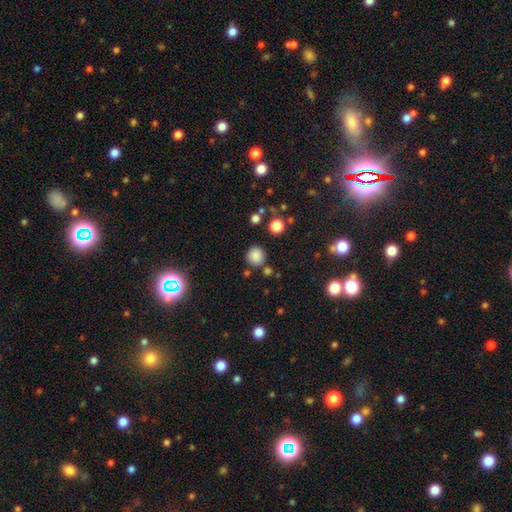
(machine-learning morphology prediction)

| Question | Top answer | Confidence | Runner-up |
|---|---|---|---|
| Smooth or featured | smooth | 83% | star or artifact (13%) |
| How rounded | round | 92% | in between (7%) |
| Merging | none | 81% | minor disturbance (10%) |